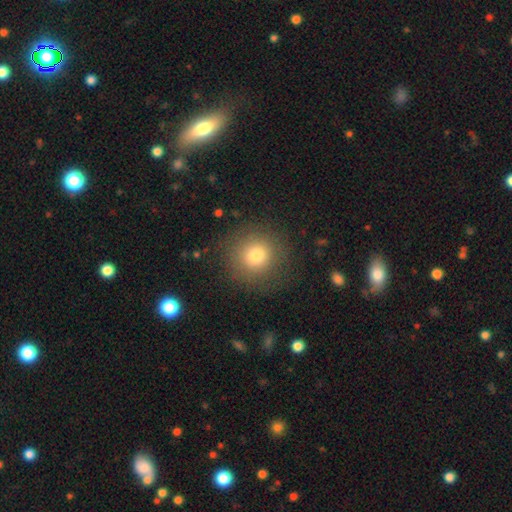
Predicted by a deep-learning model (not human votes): Smooth or featured? Predicted: smooth (p=0.77). How rounded? Predicted: round (p=0.92). Merging? Predicted: none (p=0.85).